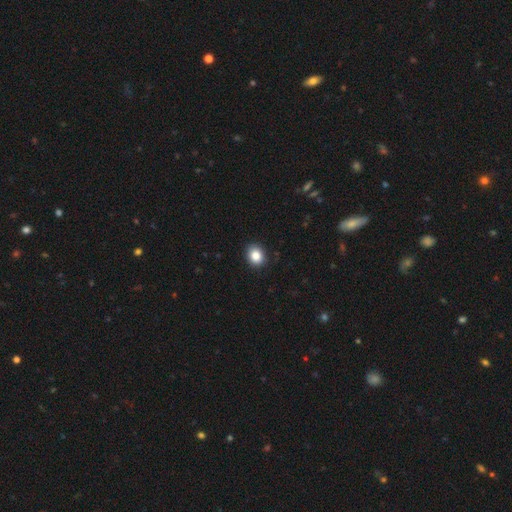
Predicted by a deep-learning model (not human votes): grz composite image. It shows a smooth galaxy with no disk features (85%) that is round (60%). Merging: none (90%).